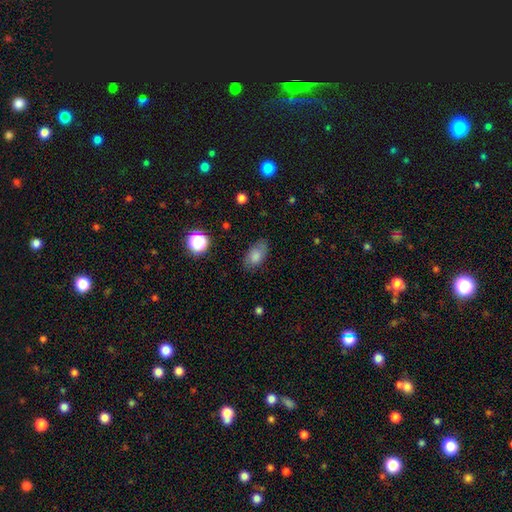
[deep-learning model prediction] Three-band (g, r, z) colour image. It shows a smooth galaxy with no disk features (75%) that is in between round and cigar-shaped (90%). Merging: none (73%).